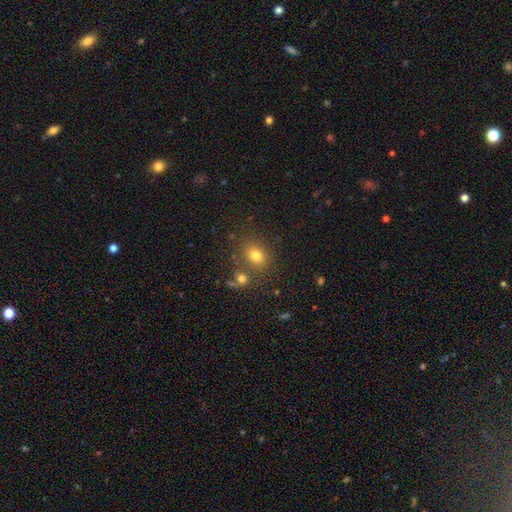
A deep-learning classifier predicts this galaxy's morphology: Smooth or featured? smooth (74%)
How rounded? round (55%)
Merging? none (70%)